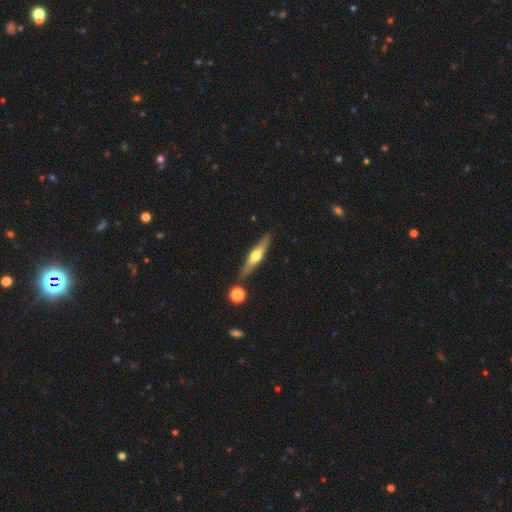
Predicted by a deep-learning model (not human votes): The model was most divided on "smooth or featured": featured or disk: 62%, smooth: 32%, star or artifact: 6%. More confident: edge-on disk — yes (94%); edge-on bulge — rounded (92%); merging — none (81%).